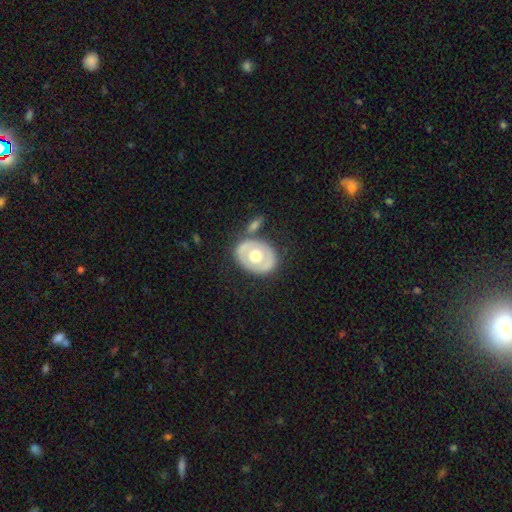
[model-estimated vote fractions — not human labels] The model was most divided on "smooth or featured": featured or disk: 49%, smooth: 45%, star or artifact: 5%. More confident: merging — none (71%).